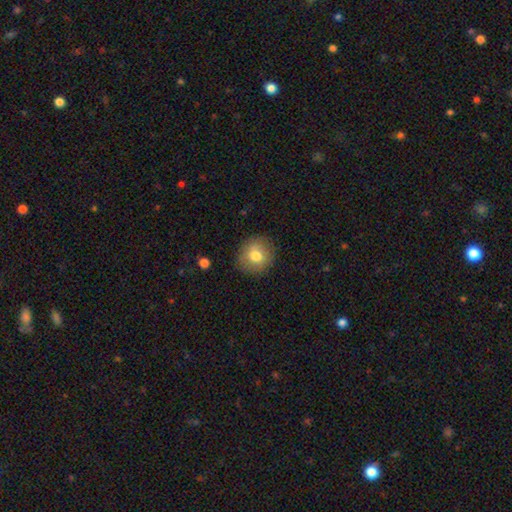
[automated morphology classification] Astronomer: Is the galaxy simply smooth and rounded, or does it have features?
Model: smooth — 76%.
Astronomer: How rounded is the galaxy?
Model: round — 86%.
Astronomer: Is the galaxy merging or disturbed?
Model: none — 85%.